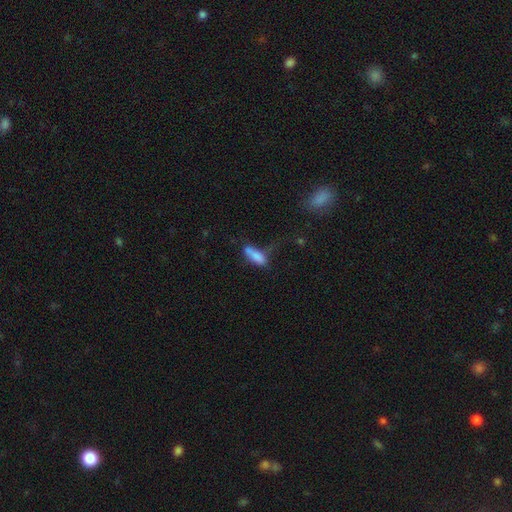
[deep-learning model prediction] Smooth or featured: smooth — 79% (featured or disk — 12%)
How rounded: in between — 59% (cigar-shaped — 38%)
Merging: none — 36% (minor disturbance — 31%)